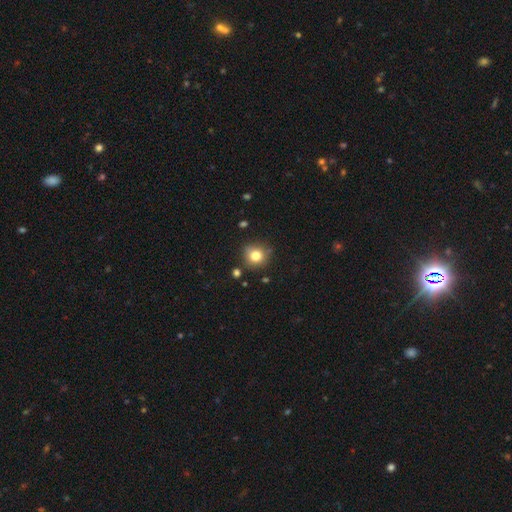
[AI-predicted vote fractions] Smooth or featured?
  - smooth: 80% *
  - star or artifact: 12%
  - featured or disk: 8%
How rounded?
  - round: 89% *
  - in between: 10%
  - cigar-shaped: 1%
Merging?
  - none: 82% *
  - minor disturbance: 12%
  - merger: 4%
  - major disturbance: 3%